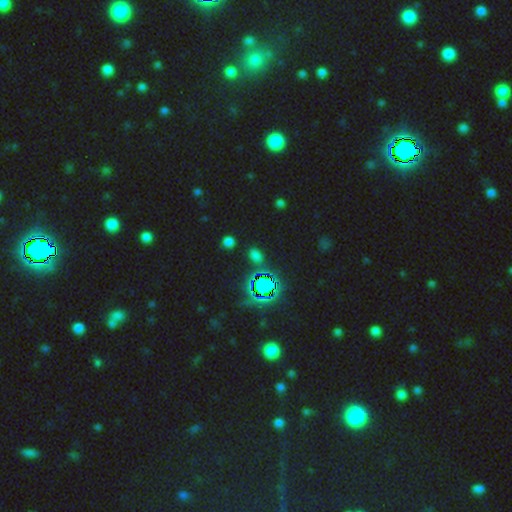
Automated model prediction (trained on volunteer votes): This appears to be a star or artifact, not a galaxy (49%).